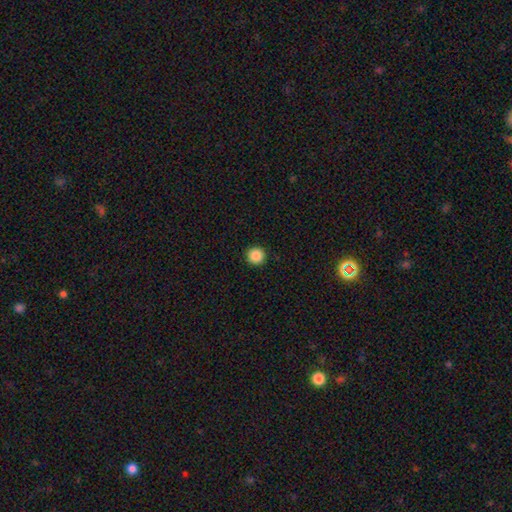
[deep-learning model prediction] smooth 87%, star or artifact 10%, featured or disk 3%. Down the decision tree: how rounded — round (96%); merging — none (93%).